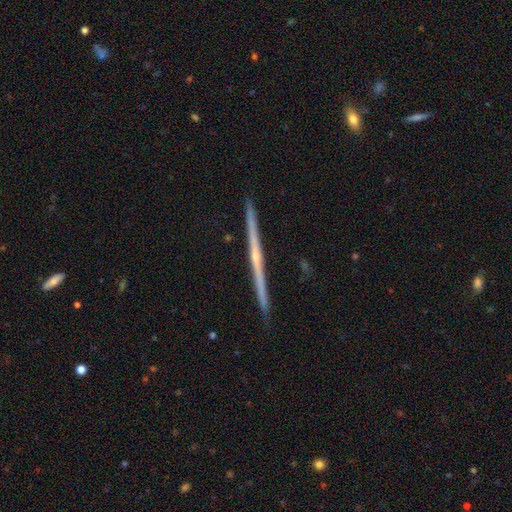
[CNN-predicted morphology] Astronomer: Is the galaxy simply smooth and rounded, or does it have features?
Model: featured or disk — 80%.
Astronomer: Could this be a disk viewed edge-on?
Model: yes — 99%.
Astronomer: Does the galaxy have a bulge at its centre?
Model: rounded — 48% (runner-up: none, 46%).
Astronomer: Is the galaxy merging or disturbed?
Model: none — 93%.